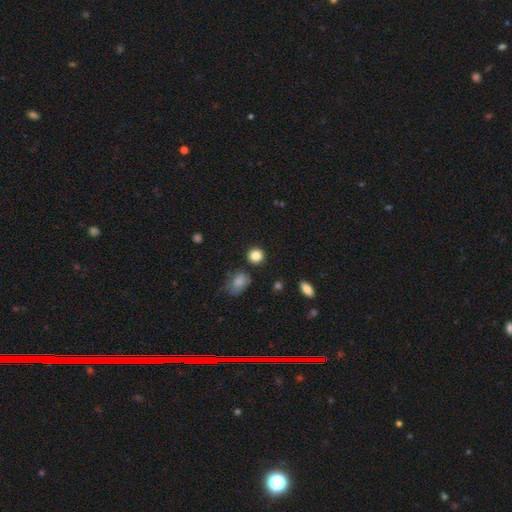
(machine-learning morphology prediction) This is clearly a smooth galaxy (85%). How rounded: clearly round (89%). Merging: clearly none (86%).